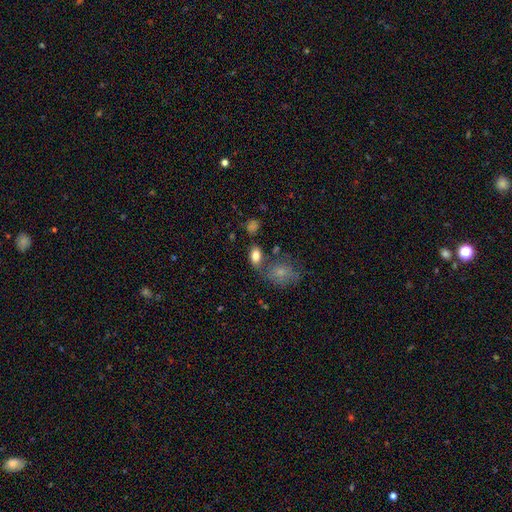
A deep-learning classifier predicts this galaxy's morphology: The model was most divided on "merging": none: 65%, minor disturbance: 15%, merger: 15%, major disturbance: 5%. More confident: how rounded — in between (86%); smooth or featured — smooth (82%).